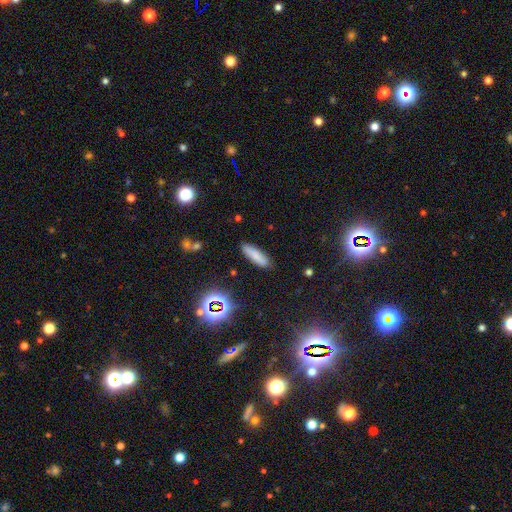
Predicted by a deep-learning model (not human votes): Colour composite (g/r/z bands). It shows a smooth galaxy with no disk features (78%) that is cigar-shaped (59%). Merging: none (86%).